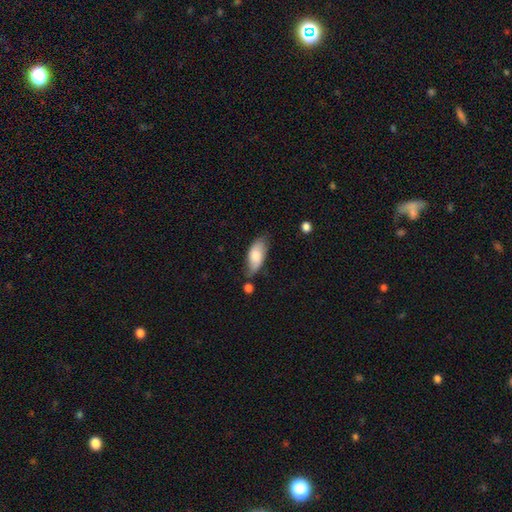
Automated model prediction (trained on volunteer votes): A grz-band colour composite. It shows a smooth galaxy with no disk features (75%) that is in between round and cigar-shaped (89%). Merging: none (57%).